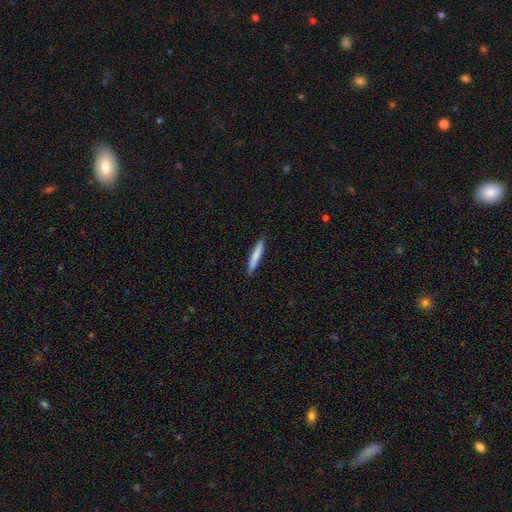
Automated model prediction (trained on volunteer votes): smooth_or_featured: smooth (p=0.79) [alt: featured or disk p=0.15]
how_rounded: cigar-shaped (p=0.91) [alt: in between p=0.08]
merging: none (p=0.87) [alt: minor disturbance p=0.10]